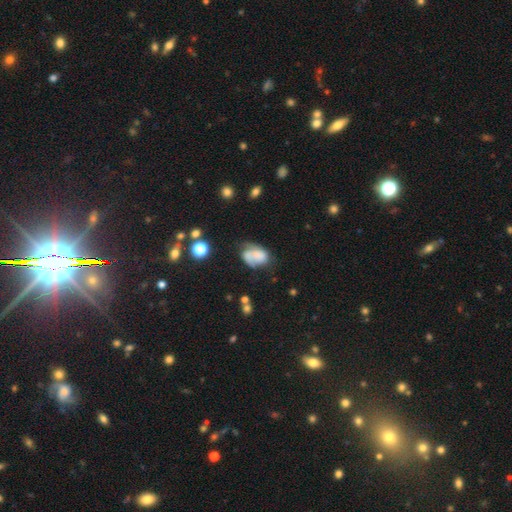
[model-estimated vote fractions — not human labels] Morphology: type=smooth (55%); roundness=in between (78%); merging=none (31%).